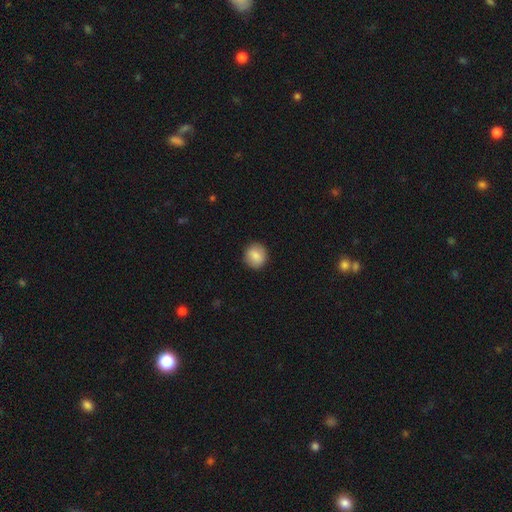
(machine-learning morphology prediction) Q: Smooth or featured?
A: smooth (85%); runner-up: star or artifact (8%)
Q: How rounded?
A: round (89%); runner-up: in between (10%)
Q: Merging?
A: none (91%); runner-up: minor disturbance (6%)